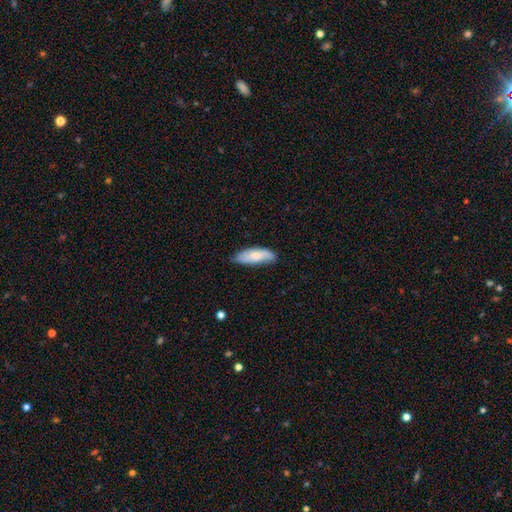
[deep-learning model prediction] Q: Smooth or featured?
A: smooth (67%); runner-up: featured or disk (27%)
Q: How rounded?
A: in between (70%); runner-up: cigar-shaped (28%)
Q: Merging?
A: none (66%); runner-up: minor disturbance (27%)